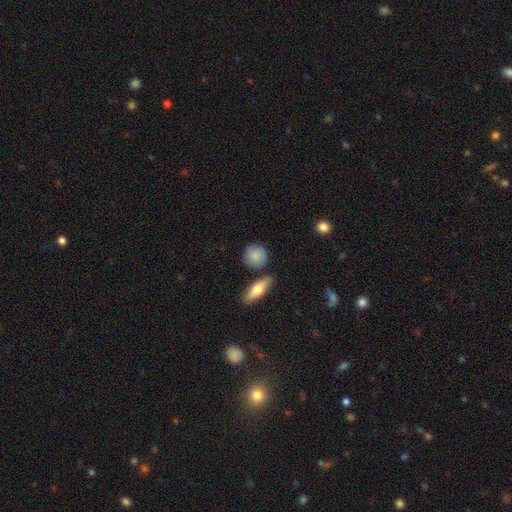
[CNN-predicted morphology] smooth-or-featured: smooth: 85% | featured or disk: 9% | star or artifact: 6%
  how-rounded: round: 82% | in between: 15% | cigar-shaped: 3%
  merging: none: 76% | minor disturbance: 13% | merger: 8% | major disturbance: 3%